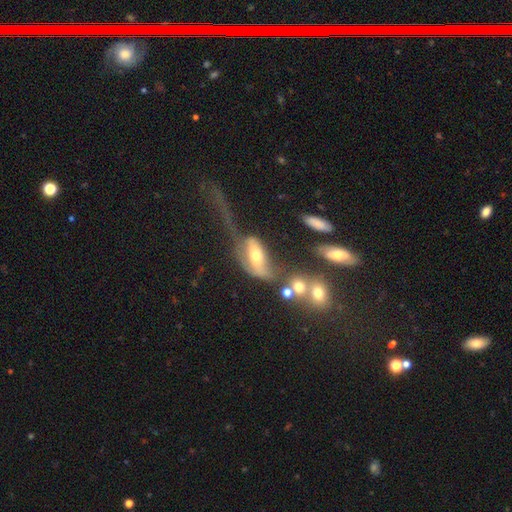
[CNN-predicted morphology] A featured or disk galaxy (51%). Merging: major disturbance (52%).